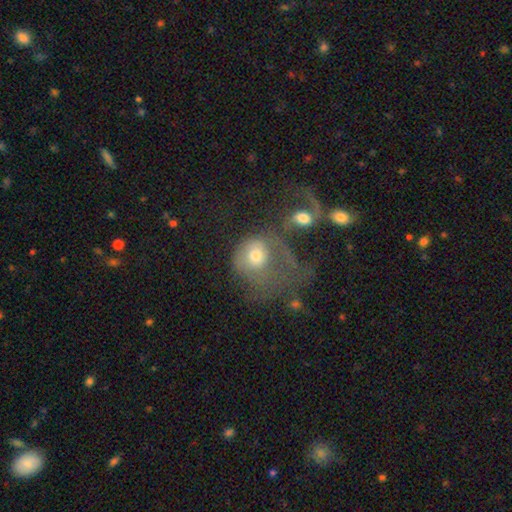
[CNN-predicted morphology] The model was most divided on "merging": merger: 37%, major disturbance: 34%, none: 18%, minor disturbance: 11%. Remaining: smooth or featured — smooth (49%).